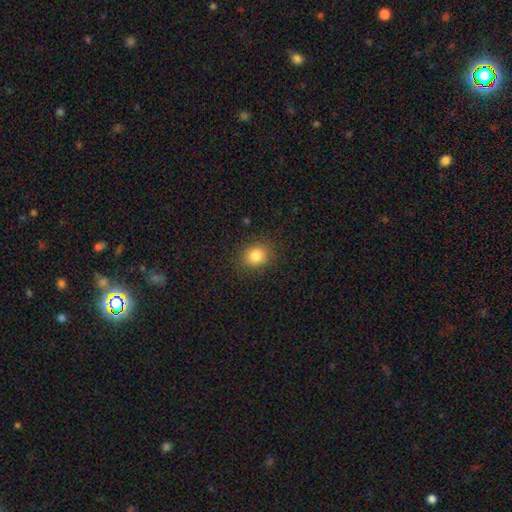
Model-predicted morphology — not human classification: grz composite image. It shows a smooth galaxy with no disk features (83%) that is round (69%). Merging: none (87%).